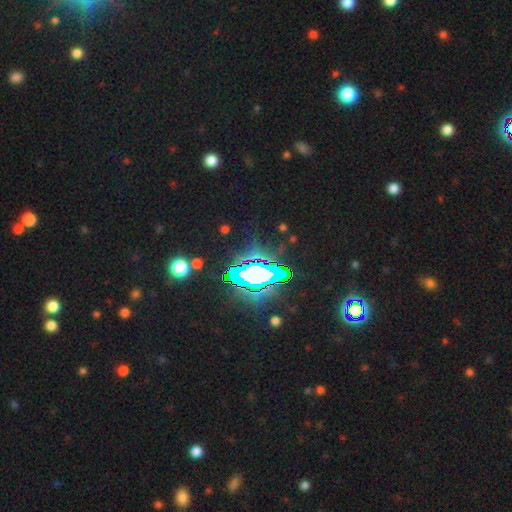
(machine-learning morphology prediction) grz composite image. It shows a star or artifact, not a galaxy (84%).